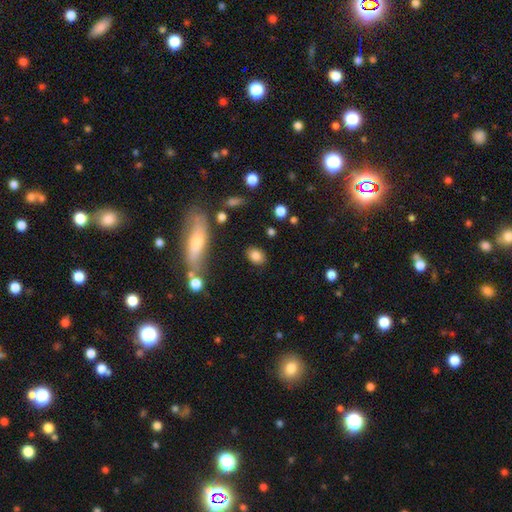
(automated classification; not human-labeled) Smooth or featured?
  - smooth: 83% *
  - star or artifact: 9%
  - featured or disk: 8%
How rounded?
  - in between: 68% *
  - round: 30%
  - cigar-shaped: 2%
Merging?
  - none: 84% *
  - minor disturbance: 10%
  - major disturbance: 3%
  - merger: 3%